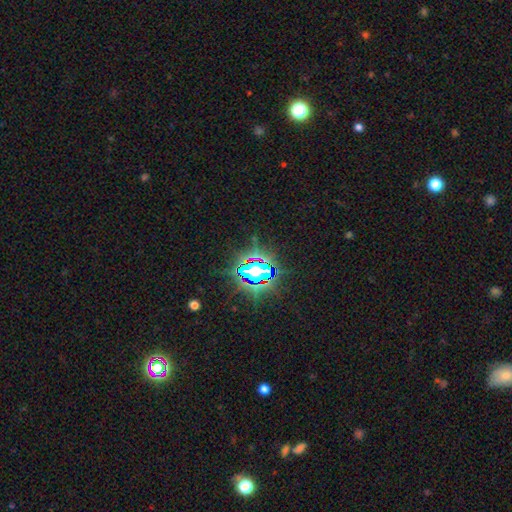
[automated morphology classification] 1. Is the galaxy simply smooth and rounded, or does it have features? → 82% star or artifact, 11% smooth, 7% featured or disk.